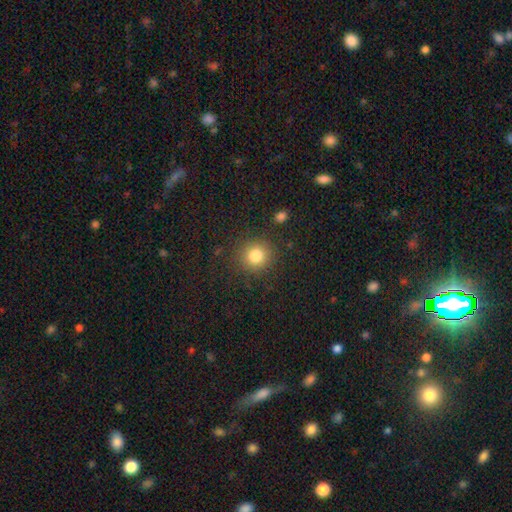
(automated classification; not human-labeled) Smooth or featured? smooth (82%)
How rounded? round (90%)
Merging? none (88%)